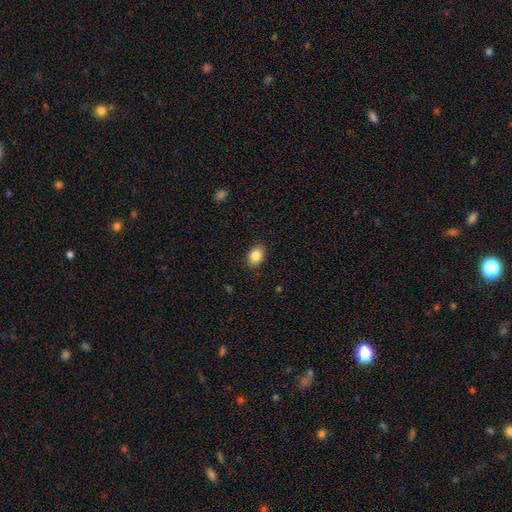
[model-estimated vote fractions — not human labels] A smooth galaxy with no disk features (86%) that is in between round and cigar-shaped (77%). Merging: none (89%).